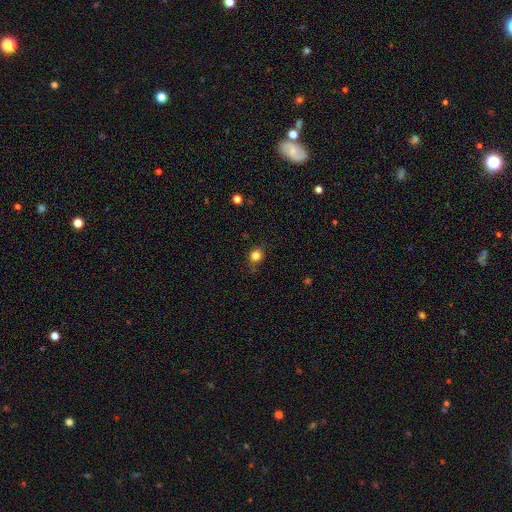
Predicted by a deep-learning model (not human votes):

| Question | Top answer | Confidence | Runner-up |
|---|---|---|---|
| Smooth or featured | smooth | 82% | star or artifact (13%) |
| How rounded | round | 82% | in between (17%) |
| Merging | none | 78% | minor disturbance (17%) |